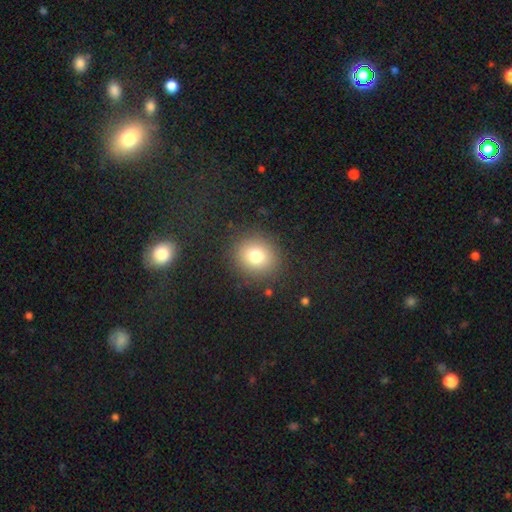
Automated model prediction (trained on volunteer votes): smooth 77%, star or artifact 13%, featured or disk 9%. Down the decision tree: how rounded — round (85%); merging — none (88%).